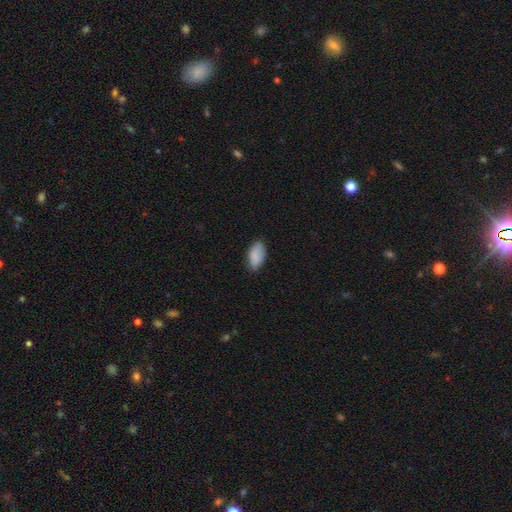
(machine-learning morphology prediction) A smooth galaxy with no disk features (87%) that is in between round and cigar-shaped (94%). Merging: none (73%).